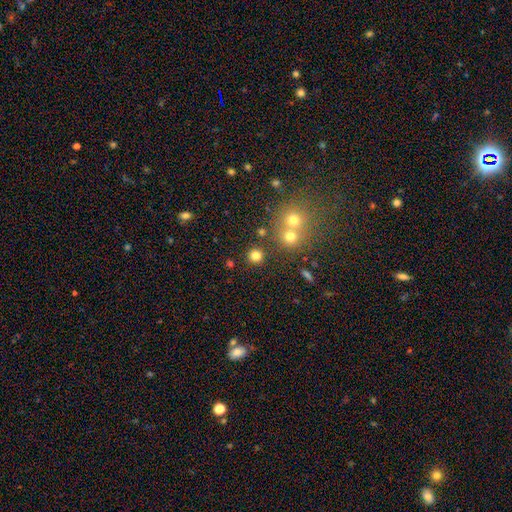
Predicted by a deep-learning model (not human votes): smooth-or-featured: smooth: 79% | star or artifact: 15% | featured or disk: 6%
  how-rounded: round: 93% | in between: 6% | cigar-shaped: 1%
  merging: none: 83% | merger: 9% | minor disturbance: 6% | major disturbance: 2%